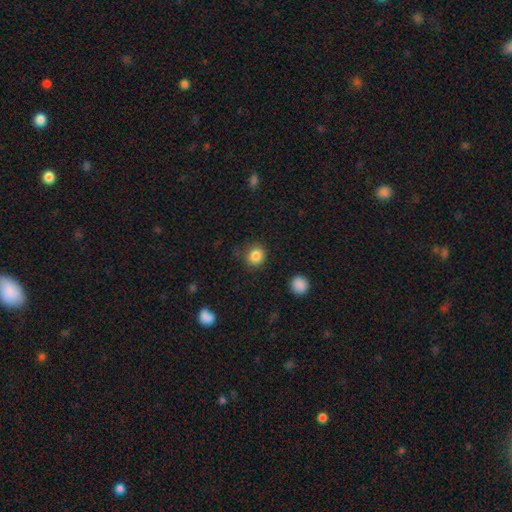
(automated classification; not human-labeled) Smooth or featured? smooth (85%)
How rounded? round (84%)
Merging? none (84%)